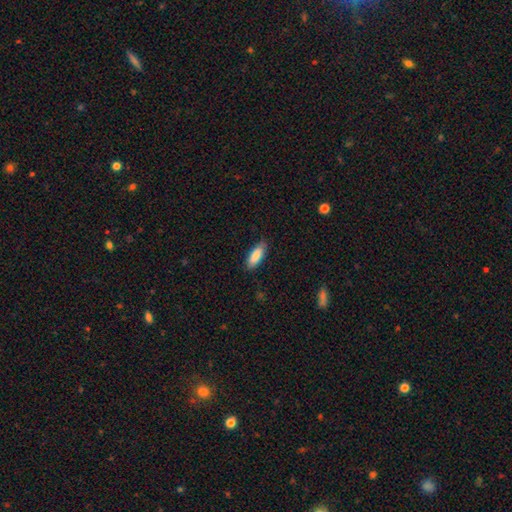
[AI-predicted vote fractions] A smooth galaxy with no disk features (87%) that is in between round and cigar-shaped (68%). Merging: none (85%).